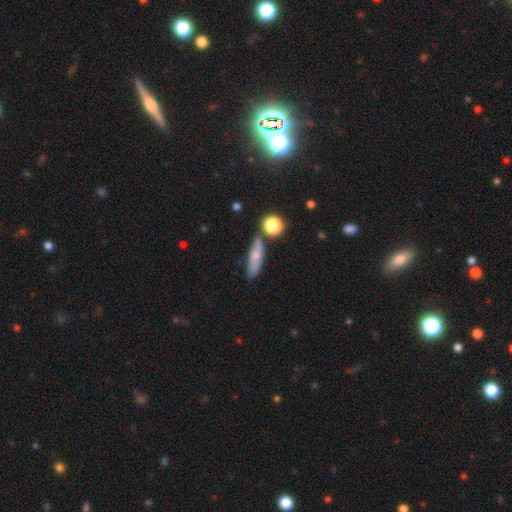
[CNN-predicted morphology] This appears to be a smooth galaxy with no disk features (68%) that is cigar-shaped (53%). Merging: none (64%).